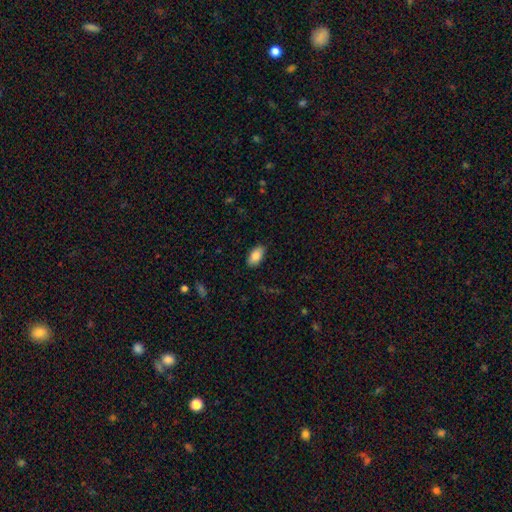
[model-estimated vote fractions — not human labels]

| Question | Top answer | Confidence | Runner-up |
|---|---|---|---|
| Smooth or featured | smooth | 84% | featured or disk (9%) |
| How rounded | in between | 93% | round (4%) |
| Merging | none | 86% | minor disturbance (11%) |